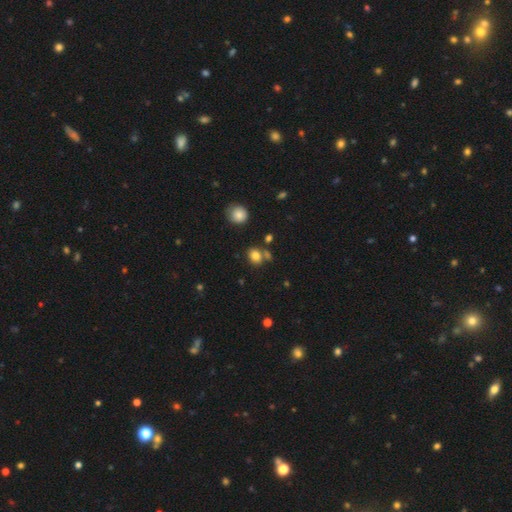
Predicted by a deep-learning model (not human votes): Smooth or featured?
  - smooth: 80% *
  - star or artifact: 13%
  - featured or disk: 7%
How rounded?
  - round: 61% *
  - in between: 38%
  - cigar-shaped: 1%
Merging?
  - none: 68% *
  - merger: 17%
  - minor disturbance: 12%
  - major disturbance: 4%